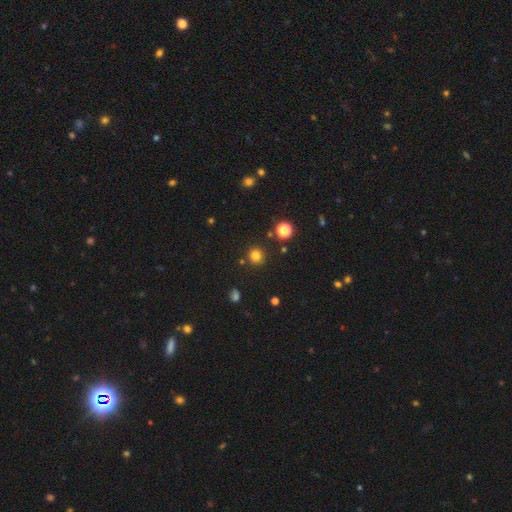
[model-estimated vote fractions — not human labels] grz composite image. It shows a smooth galaxy with no disk features (79%) that is round (92%). Merging: none (88%).